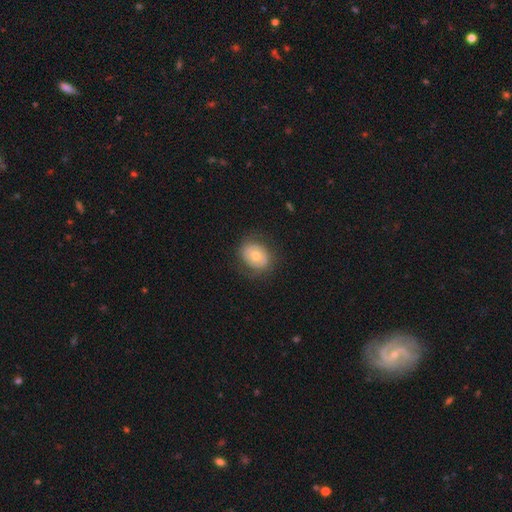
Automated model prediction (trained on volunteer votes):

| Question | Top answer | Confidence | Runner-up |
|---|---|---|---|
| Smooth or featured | smooth | 59% | featured or disk (34%) |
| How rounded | round | 53% | in between (47%) |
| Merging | none | 77% | minor disturbance (15%) |